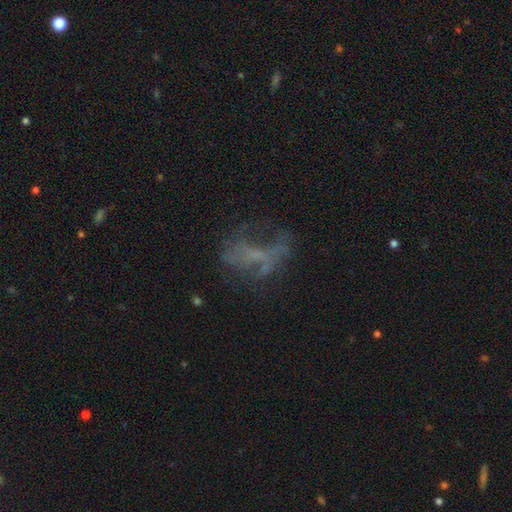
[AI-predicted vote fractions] Smooth or featured: featured or disk — 46% (star or artifact — 29%)
Merging: none — 38% (tied with major disturbance — 38%)